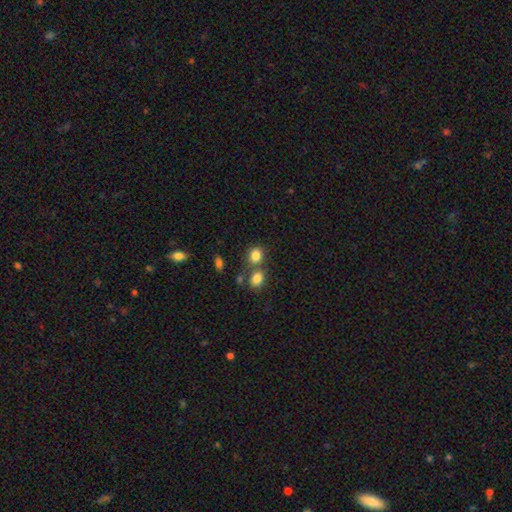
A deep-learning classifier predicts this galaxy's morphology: smooth 83%, star or artifact 11%, featured or disk 6%. Down the decision tree: how rounded — round (65%); merging — none (55%).